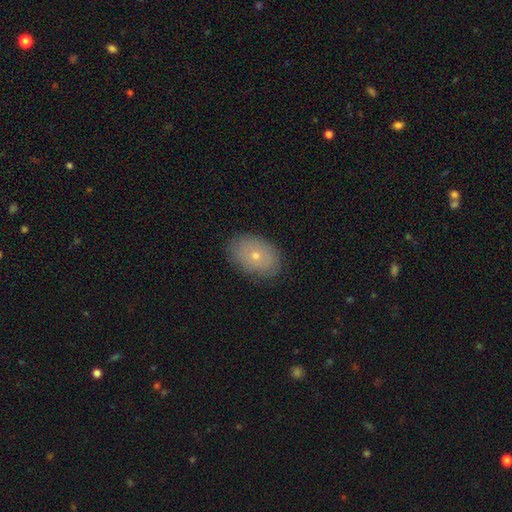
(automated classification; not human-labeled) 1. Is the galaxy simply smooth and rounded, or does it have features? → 63% smooth, 28% featured or disk, 9% star or artifact.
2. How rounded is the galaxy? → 81% in between, 18% round, 1% cigar-shaped.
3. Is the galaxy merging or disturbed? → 84% none, 12% minor disturbance, 3% major disturbance, 1% merger.